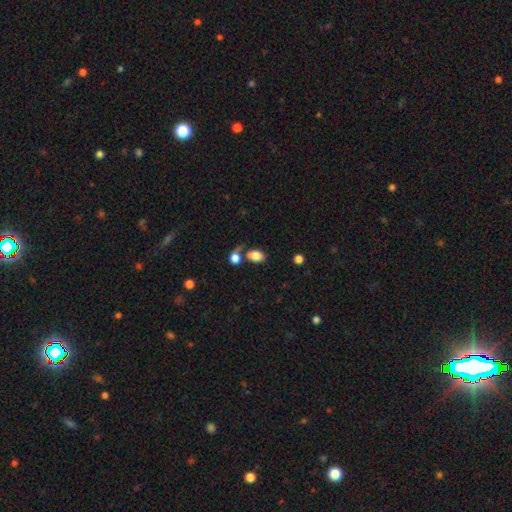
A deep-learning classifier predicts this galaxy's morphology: Smooth or featured?
  - smooth: 82% *
  - featured or disk: 10%
  - star or artifact: 9%
How rounded?
  - in between: 82% *
  - round: 16%
  - cigar-shaped: 1%
Merging?
  - none: 48% *
  - merger: 31%
  - minor disturbance: 13%
  - major disturbance: 8%